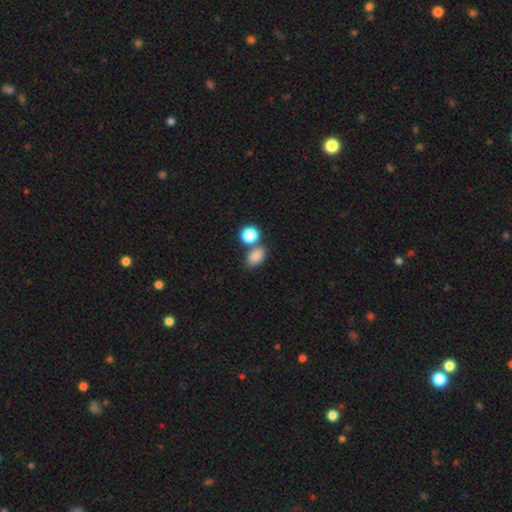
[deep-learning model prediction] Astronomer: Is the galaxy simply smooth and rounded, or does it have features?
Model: smooth — 84%.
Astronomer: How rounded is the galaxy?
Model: in between — 76%.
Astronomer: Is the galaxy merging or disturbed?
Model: none — 59%.